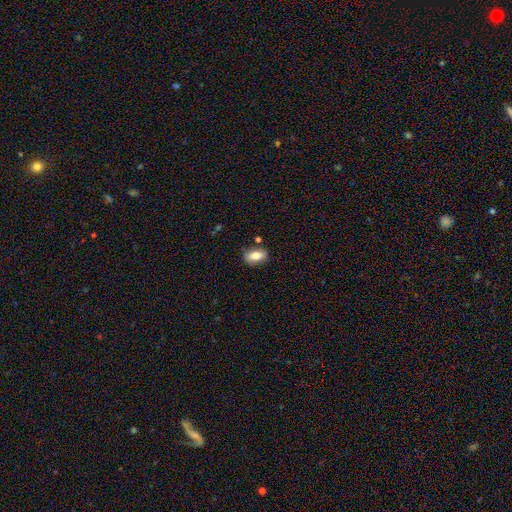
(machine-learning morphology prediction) type=smooth (73%); roundness=in between (84%); merging=none (78%).